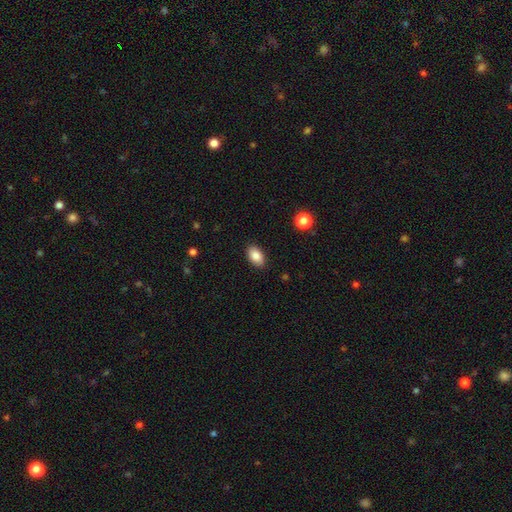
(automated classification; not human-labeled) This is clearly a smooth galaxy (86%). How rounded: clearly in between (91%). Merging: clearly none (89%).